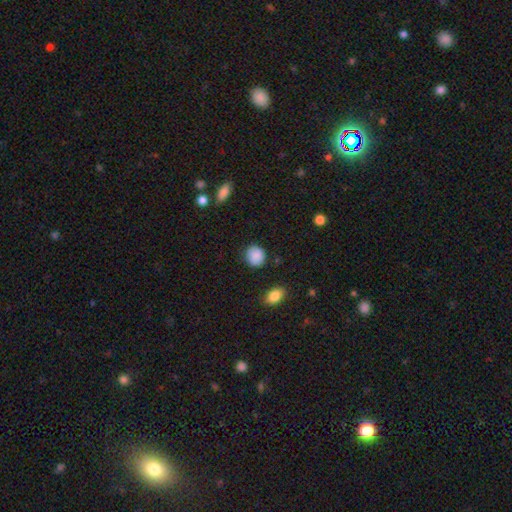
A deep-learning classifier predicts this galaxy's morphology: type=smooth (88%); roundness=round (76%); merging=none (84%).